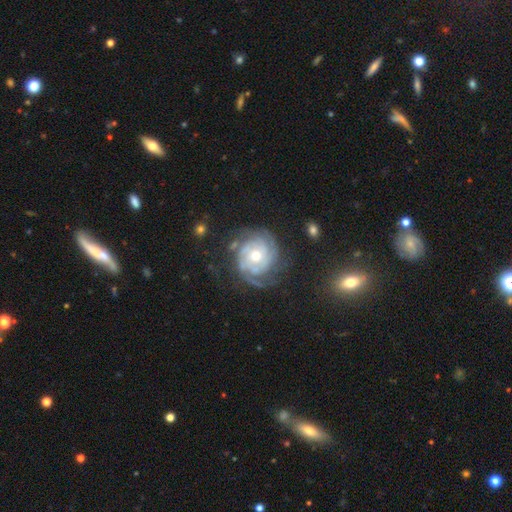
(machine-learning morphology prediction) Smooth or featured: featured or disk — 86% (smooth — 8%)
Edge-on disk: no — 98% (yes — 2%)
Bar: no — 78% (weak — 17%)
Spiral arms: yes — 96% (no — 4%)
Spiral winding: tight — 72% (medium — 22%)
Spiral arm count: can't tell — 30% (3 — 23%)
Bulge size: moderate — 60% (small — 34%)
Merging: none — 67% (minor disturbance — 18%)